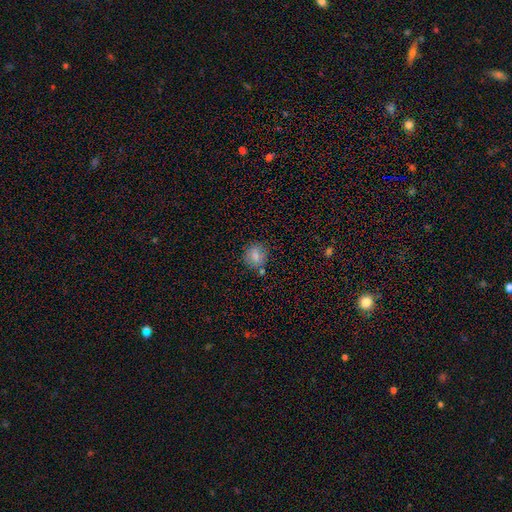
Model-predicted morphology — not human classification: Smooth or featured? Predicted: smooth (p=0.79). How rounded? Predicted: round (p=0.78). Merging? Predicted: none (p=0.78).